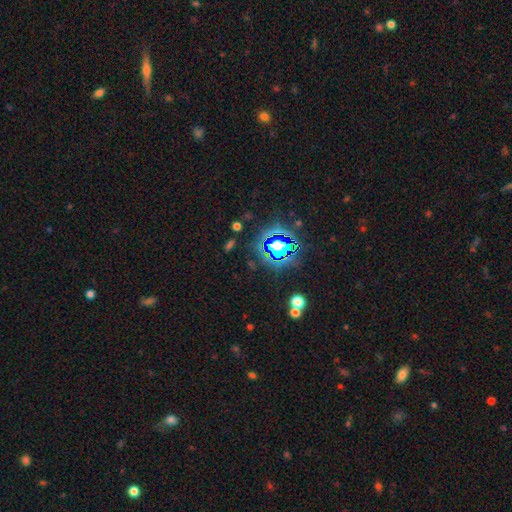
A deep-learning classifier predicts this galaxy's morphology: Smooth or featured: star or artifact — 82% (smooth — 11%)